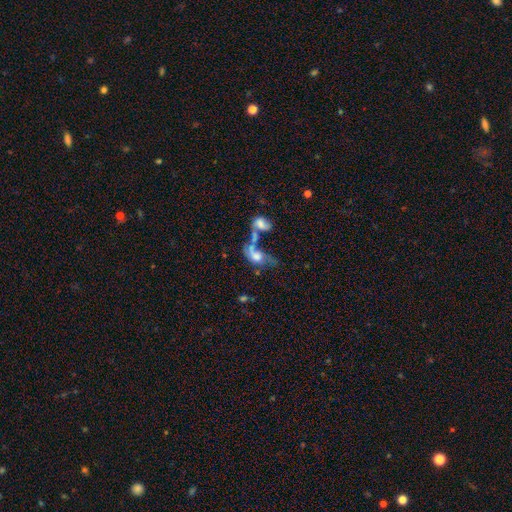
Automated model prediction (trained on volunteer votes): A smooth galaxy with no disk features (44%, tied with featured or disk).

Vote fractions:
- Smooth or featured? smooth: 44% (tied) / featured or disk: 44% (tied) / star or artifact: 12%
- Merging? merger: 57% / major disturbance: 23% / none: 12% / minor disturbance: 9%